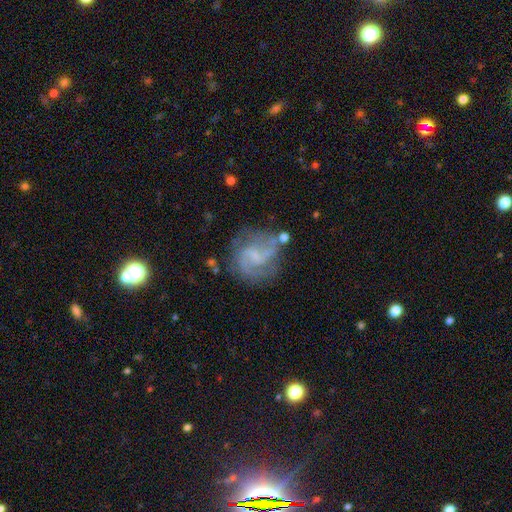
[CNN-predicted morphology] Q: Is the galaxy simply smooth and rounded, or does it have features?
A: featured or disk — 76%.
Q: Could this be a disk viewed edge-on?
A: no — 98%.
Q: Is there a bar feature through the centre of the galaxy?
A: weak — 53%.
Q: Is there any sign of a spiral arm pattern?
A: yes — 90%.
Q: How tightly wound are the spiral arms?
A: medium — 47%.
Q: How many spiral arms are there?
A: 2 — 63%.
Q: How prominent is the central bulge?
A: small — 50%.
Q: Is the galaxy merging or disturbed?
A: none — 62%.